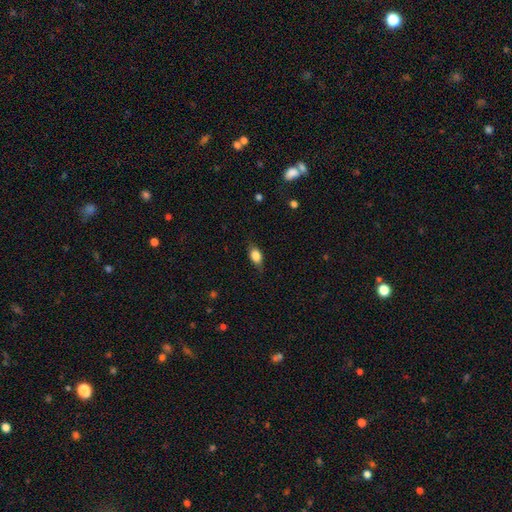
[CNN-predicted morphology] Smooth or featured: smooth — 80% (featured or disk — 12%)
How rounded: in between — 81% (round — 12%)
Merging: none — 74% (minor disturbance — 20%)